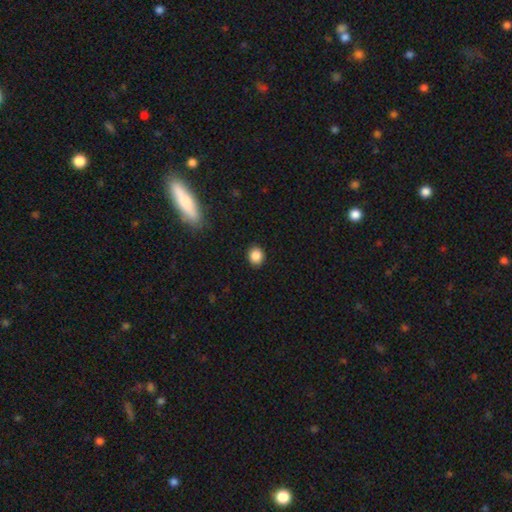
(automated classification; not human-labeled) This is clearly a smooth galaxy (87%). How rounded: likely round (78%). Merging: clearly none (90%).